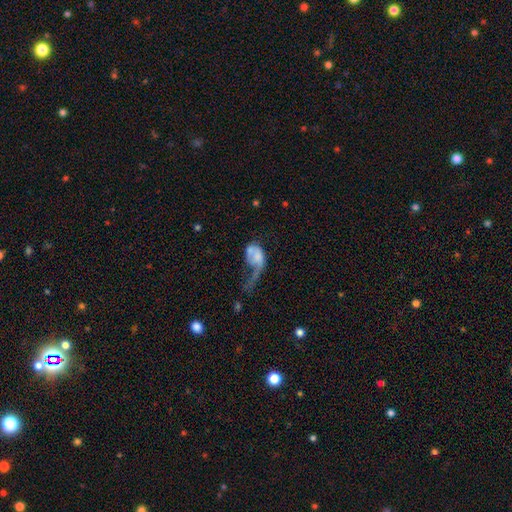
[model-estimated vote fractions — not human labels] Q: Smooth or featured?
A: smooth (49%); runner-up: featured or disk (43%)
Q: Merging?
A: major disturbance (60%); runner-up: merger (15%)